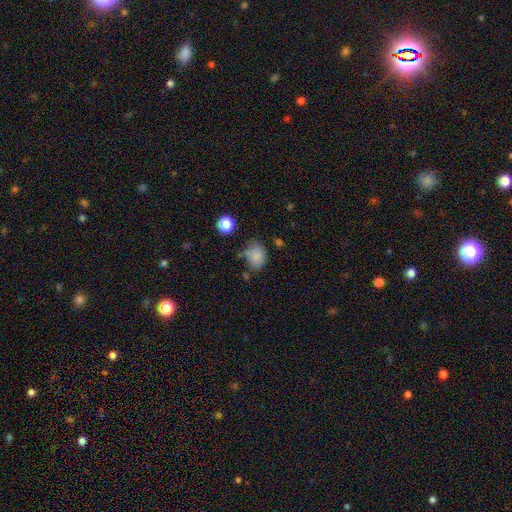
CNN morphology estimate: Smooth or featured: smooth — 81% (star or artifact — 12%)
How rounded: in between — 56% (round — 43%)
Merging: none — 57% (minor disturbance — 27%)